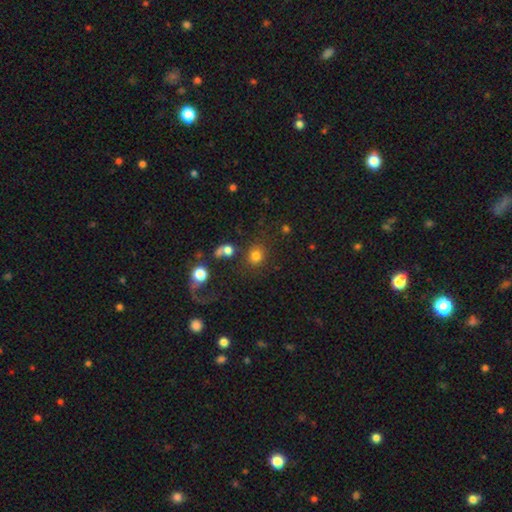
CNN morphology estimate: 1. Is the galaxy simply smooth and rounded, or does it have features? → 79% smooth, 14% star or artifact, 8% featured or disk.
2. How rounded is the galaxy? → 84% round, 15% in between, 1% cigar-shaped.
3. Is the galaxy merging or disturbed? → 75% none, 10% minor disturbance, 9% merger, 7% major disturbance.